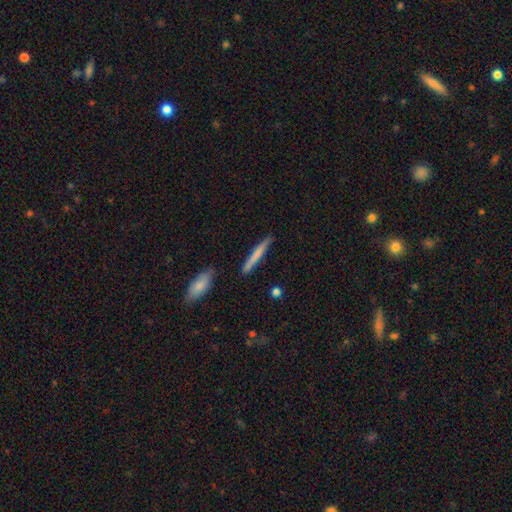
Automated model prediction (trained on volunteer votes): A smooth galaxy with no disk features (66%) that is cigar-shaped (95%).

Vote fractions:
- Smooth or featured? smooth: 66% / featured or disk: 28% / star or artifact: 5%
- How rounded? cigar-shaped: 95% / in between: 3% / round: 1%
- Merging? none: 86% / minor disturbance: 9% / merger: 3% / major disturbance: 2%